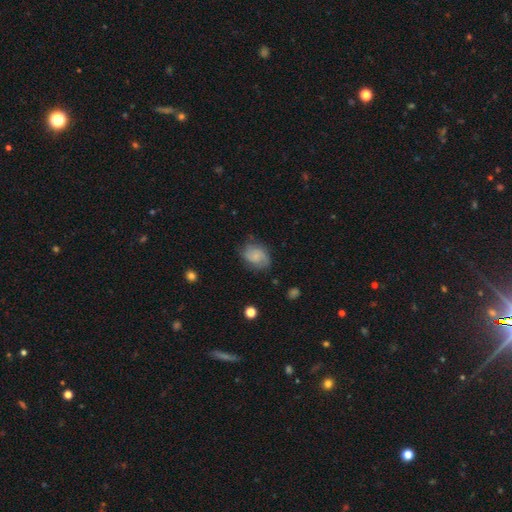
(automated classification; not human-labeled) A smooth galaxy with no disk features (48%). Merging: none (65%).